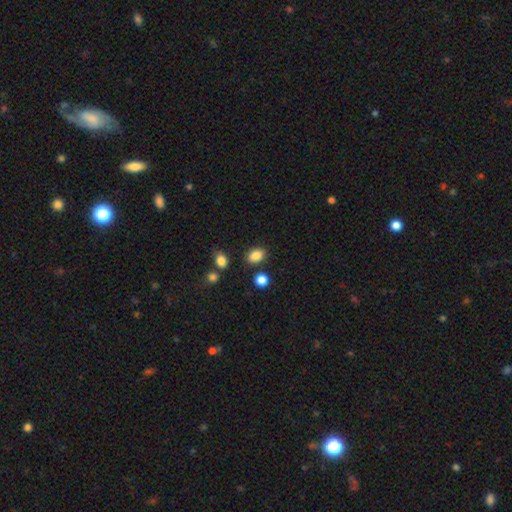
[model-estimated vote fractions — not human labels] Smooth or featured: smooth — 85% (star or artifact — 10%)
How rounded: in between — 71% (round — 28%)
Merging: none — 81% (minor disturbance — 10%)